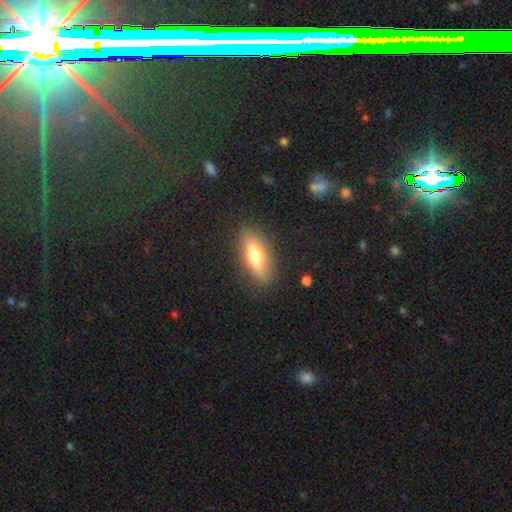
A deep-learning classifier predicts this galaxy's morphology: Overall: smooth (50%; featured or disk 43%). Merging: none (86%).